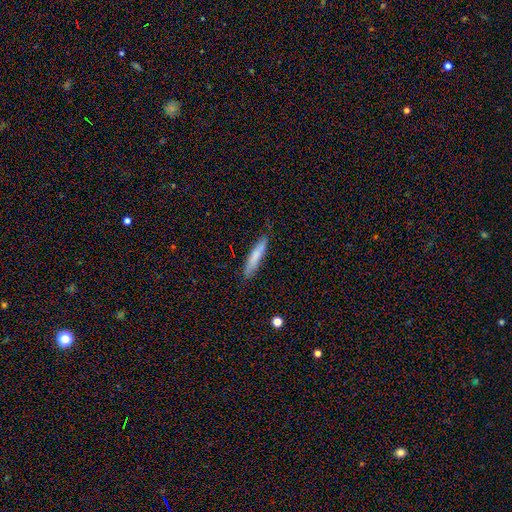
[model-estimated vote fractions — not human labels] smooth 75%, featured or disk 19%, star or artifact 6%. Down the decision tree: how rounded — cigar-shaped (88%); merging — none (81%).